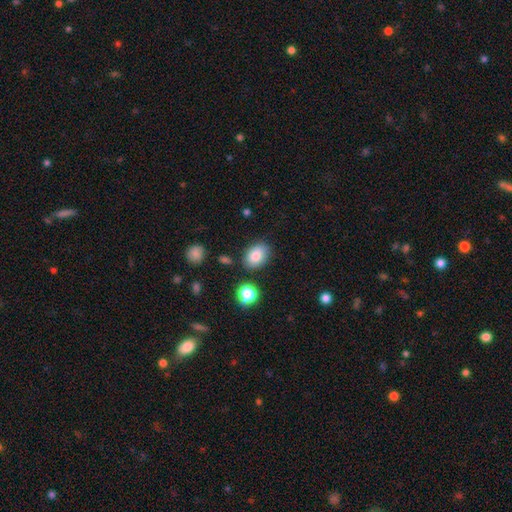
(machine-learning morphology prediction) smooth-or-featured: smooth: 81% | featured or disk: 10% | star or artifact: 9%
  how-rounded: in between: 80% | round: 19% | cigar-shaped: 1%
  merging: none: 80% | minor disturbance: 13% | merger: 4% | major disturbance: 3%